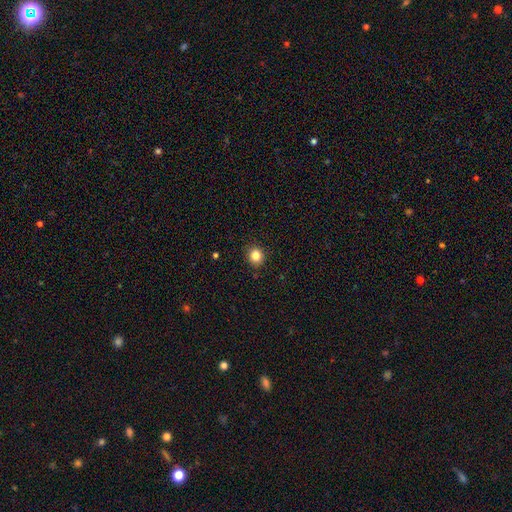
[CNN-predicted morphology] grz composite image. It shows a smooth galaxy with no disk features (83%) that is round (88%). Merging: none (91%).